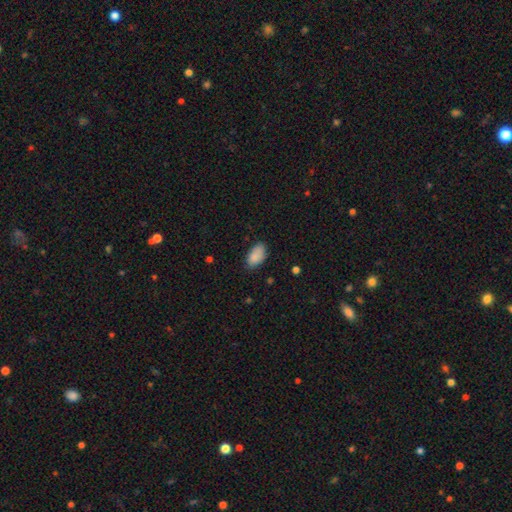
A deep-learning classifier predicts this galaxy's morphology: smooth-or-featured: smooth: 87% | star or artifact: 7% | featured or disk: 6%
  how-rounded: in between: 94% | round: 4% | cigar-shaped: 2%
  merging: none: 75% | minor disturbance: 20% | major disturbance: 4% | merger: 1%